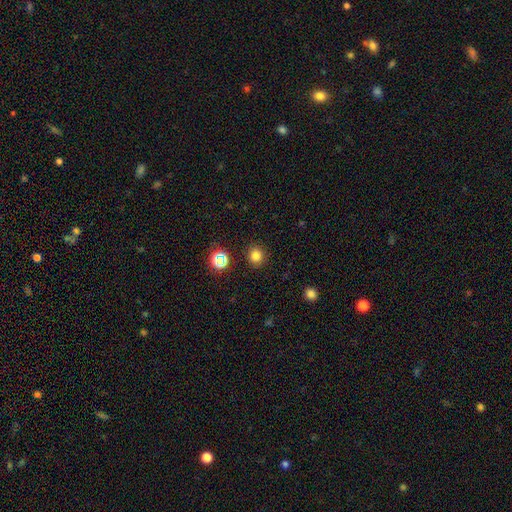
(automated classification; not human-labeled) Smooth or featured? Predicted: smooth (p=0.81). How rounded? Predicted: round (p=0.89). Merging? Predicted: none (p=0.90).